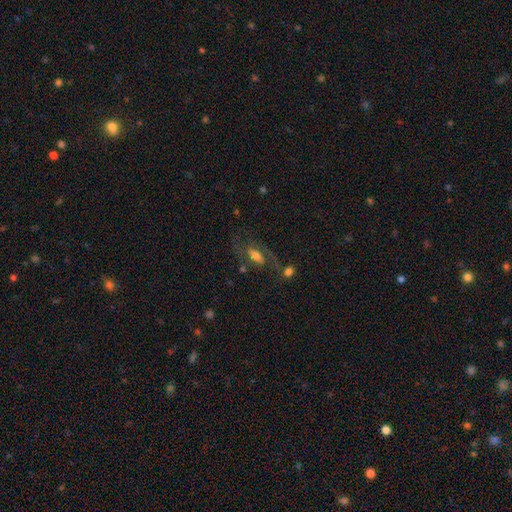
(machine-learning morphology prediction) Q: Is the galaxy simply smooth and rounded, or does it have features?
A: featured or disk — 56%.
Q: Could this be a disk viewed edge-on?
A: no — 87%.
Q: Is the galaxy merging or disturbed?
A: none — 51%.